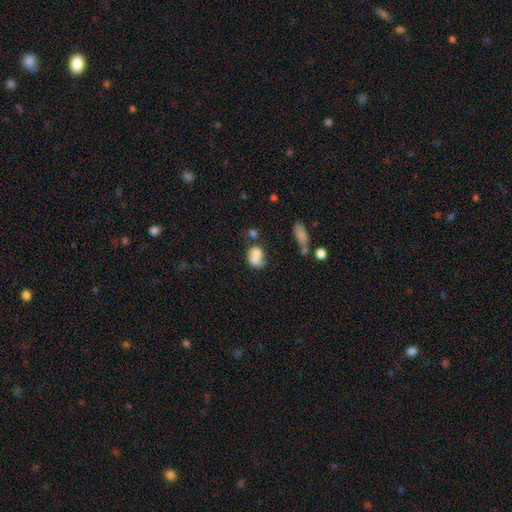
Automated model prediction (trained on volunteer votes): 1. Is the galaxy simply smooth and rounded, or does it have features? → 68% smooth, 21% featured or disk, 10% star or artifact.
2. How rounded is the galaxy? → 60% in between, 39% round, 2% cigar-shaped.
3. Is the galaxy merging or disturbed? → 61% merger, 21% none, 11% minor disturbance, 7% major disturbance.